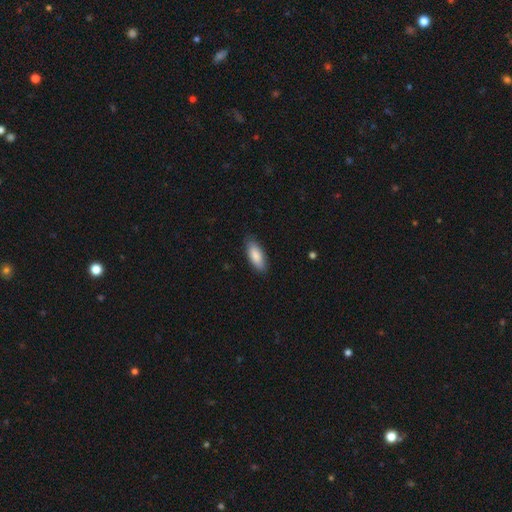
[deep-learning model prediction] Smooth or featured?
  - smooth: 86% *
  - featured or disk: 9%
  - star or artifact: 5%
How rounded?
  - in between: 79% *
  - cigar-shaped: 19%
  - round: 2%
Merging?
  - none: 84% *
  - minor disturbance: 12%
  - major disturbance: 2%
  - merger: 1%